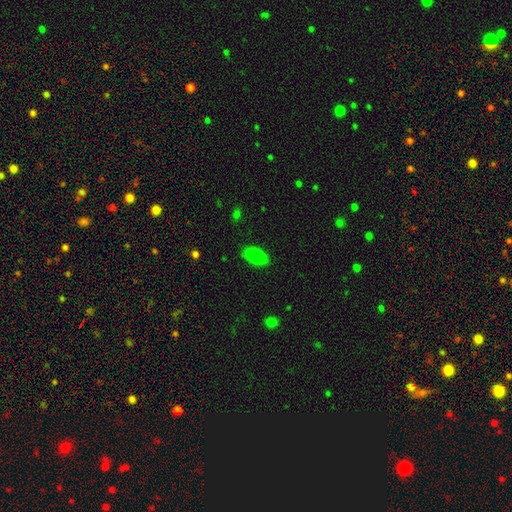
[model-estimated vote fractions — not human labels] Smooth or featured: smooth — 81% (featured or disk — 11%)
How rounded: in between — 92% (round — 5%)
Merging: none — 87% (minor disturbance — 10%)